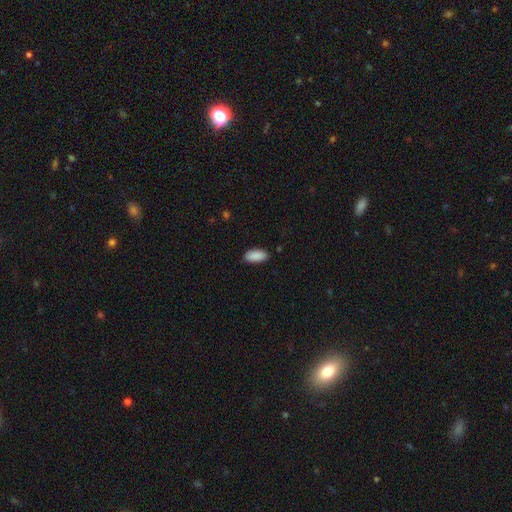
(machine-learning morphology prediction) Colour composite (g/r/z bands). It shows a smooth galaxy with no disk features (90%) that is in between round and cigar-shaped (88%). Merging: none (87%).